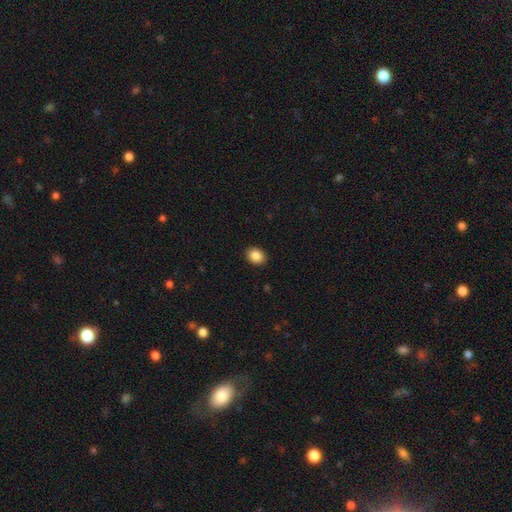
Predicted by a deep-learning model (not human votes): Smooth or featured? smooth (87%)
How rounded? in between (58%)
Merging? none (91%)